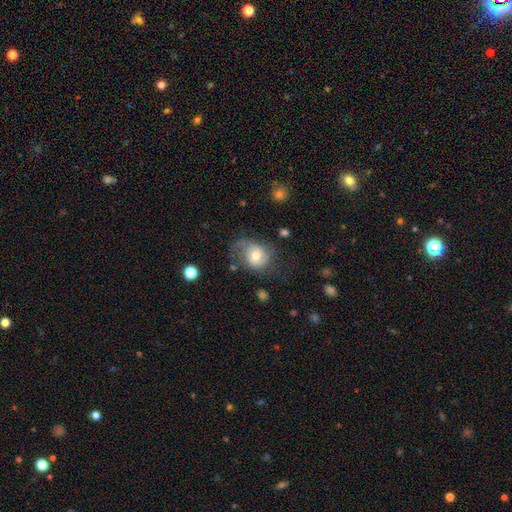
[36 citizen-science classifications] smooth-or-featured: smooth: 64% | featured or disk: 33% | star or artifact: 3%
  how-rounded: in between: 61% | round: 30% | cigar-shaped: 9%
  merging: minor disturbance: 40% | none: 37% | major disturbance: 23% | merger: 0%